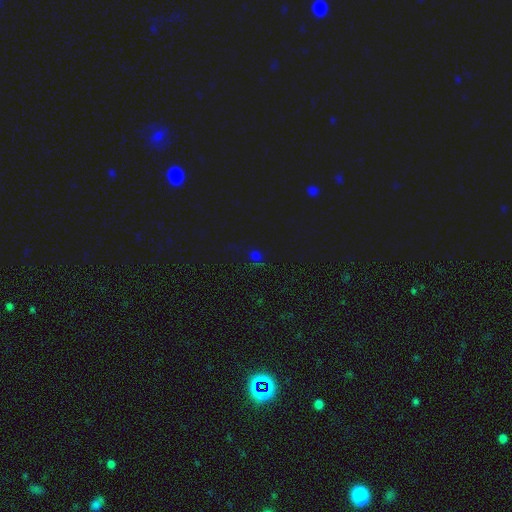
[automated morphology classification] Smooth or featured? star or artifact (52%)